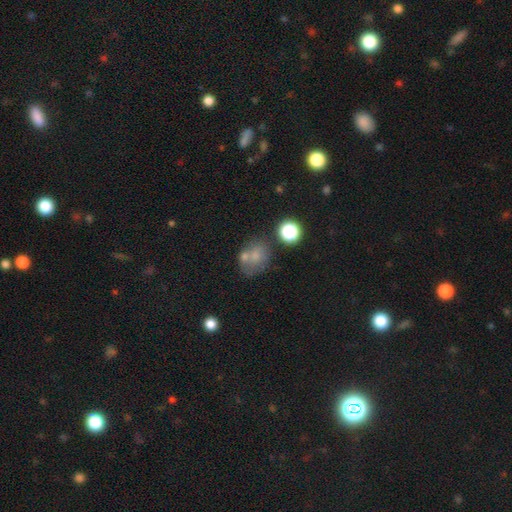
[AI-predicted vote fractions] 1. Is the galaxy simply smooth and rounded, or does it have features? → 62% smooth, 21% featured or disk, 17% star or artifact.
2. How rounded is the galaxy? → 53% round, 46% in between, 1% cigar-shaped.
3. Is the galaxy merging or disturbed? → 43% none, 31% merger, 17% minor disturbance, 9% major disturbance.